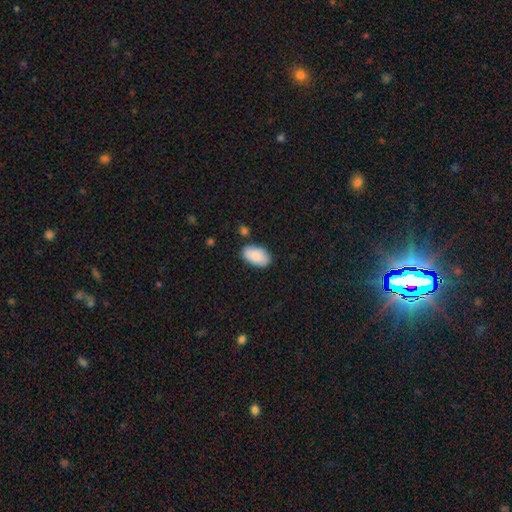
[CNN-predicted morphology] smooth 88%, featured or disk 6%, star or artifact 6%. Down the decision tree: how rounded — in between (95%); merging — none (81%).